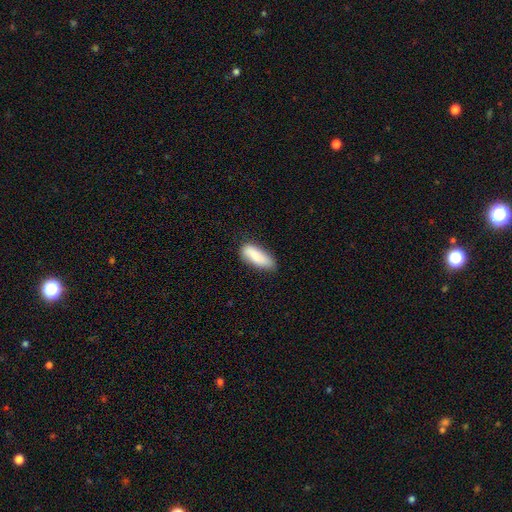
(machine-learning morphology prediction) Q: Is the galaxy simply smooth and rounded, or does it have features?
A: smooth — 86%.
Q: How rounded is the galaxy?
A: in between — 69%.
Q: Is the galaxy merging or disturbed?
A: none — 70%.